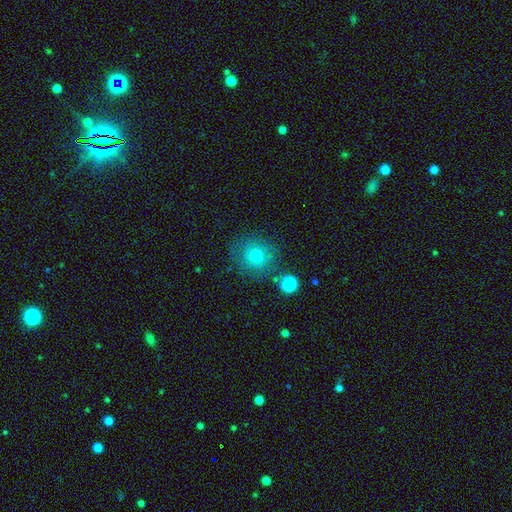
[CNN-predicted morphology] A smooth galaxy with no disk features (77%) that is round (87%).

Vote fractions:
- Smooth or featured? smooth: 77% / star or artifact: 13% / featured or disk: 10%
- How rounded? round: 87% / in between: 12% / cigar-shaped: 1%
- Merging? none: 77% / minor disturbance: 13% / major disturbance: 6% / merger: 4%